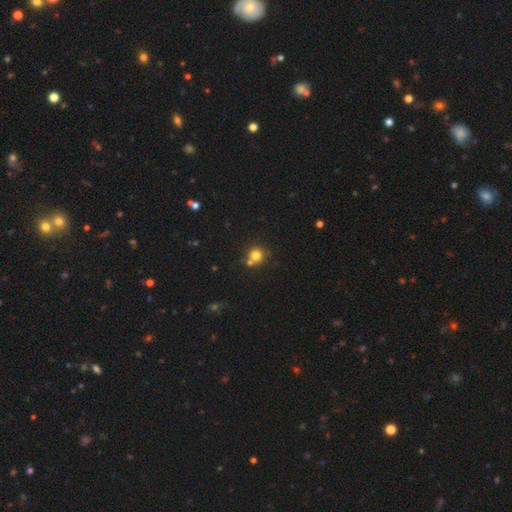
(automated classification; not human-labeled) The model was most divided on "merging": none: 63%, merger: 25%, minor disturbance: 10%, major disturbance: 3%. More confident: how rounded — round (91%); smooth or featured — smooth (78%).